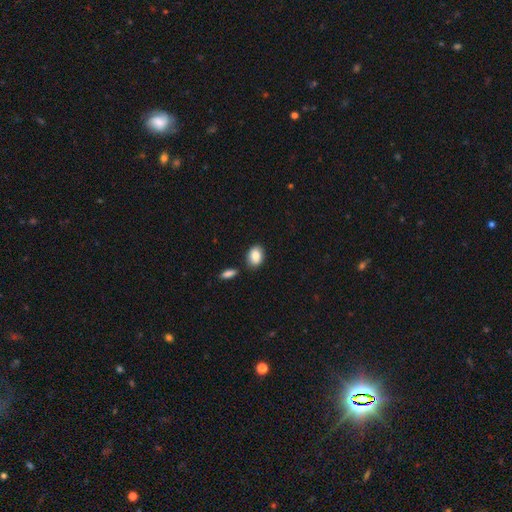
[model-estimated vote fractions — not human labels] smooth-or-featured: smooth: 85% | featured or disk: 8% | star or artifact: 7%
  how-rounded: in between: 79% | round: 20% | cigar-shaped: 1%
  merging: none: 80% | minor disturbance: 11% | merger: 7% | major disturbance: 2%